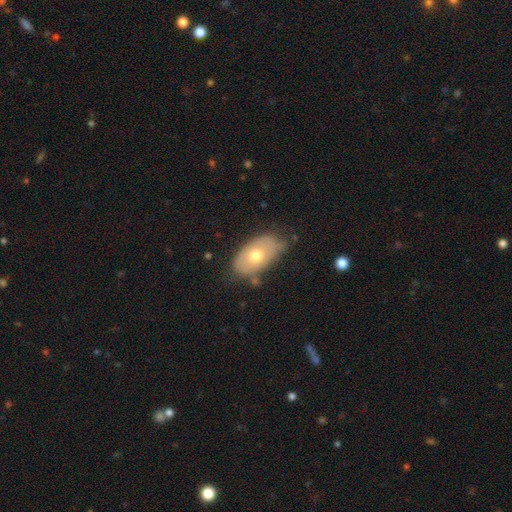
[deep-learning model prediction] smooth 57%, featured or disk 36%, star or artifact 7%. Down the decision tree: how rounded — in between (91%); merging — none (63%).